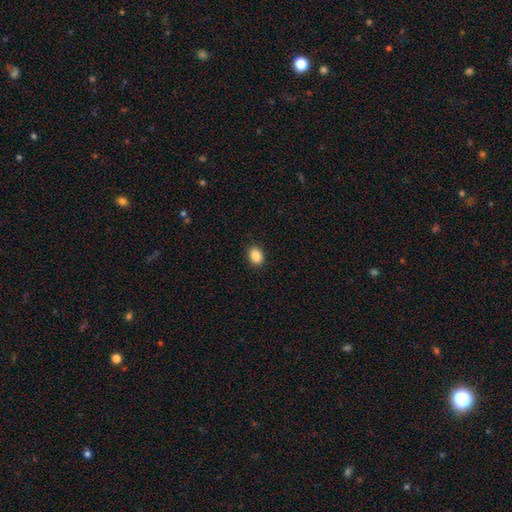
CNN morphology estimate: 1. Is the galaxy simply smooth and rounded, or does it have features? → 87% smooth, 9% star or artifact, 4% featured or disk.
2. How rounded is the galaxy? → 60% in between, 39% round, 1% cigar-shaped.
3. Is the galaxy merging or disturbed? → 91% none, 7% minor disturbance, 2% major disturbance, 1% merger.